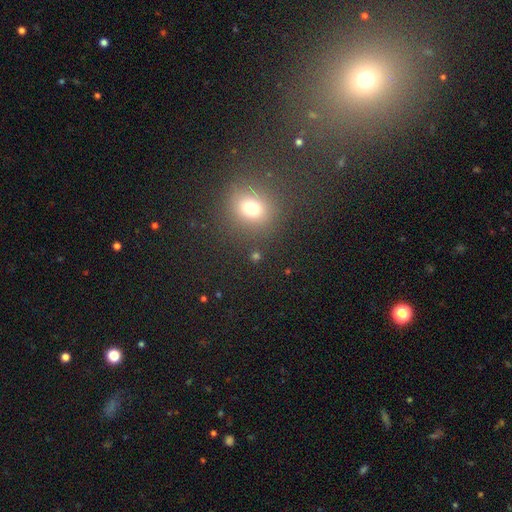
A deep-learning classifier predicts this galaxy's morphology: Q: Smooth or featured?
A: smooth (61%); runner-up: star or artifact (31%)
Q: How rounded?
A: round (81%); runner-up: in between (17%)
Q: Merging?
A: none (83%); runner-up: minor disturbance (8%)